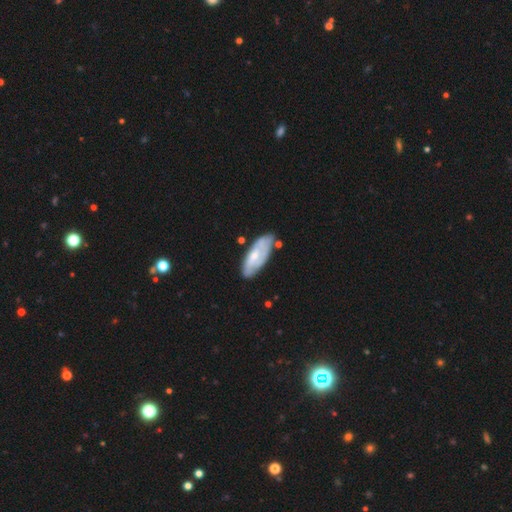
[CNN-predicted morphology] This appears to be a featured or disk galaxy (55%). Merging: none (67%).